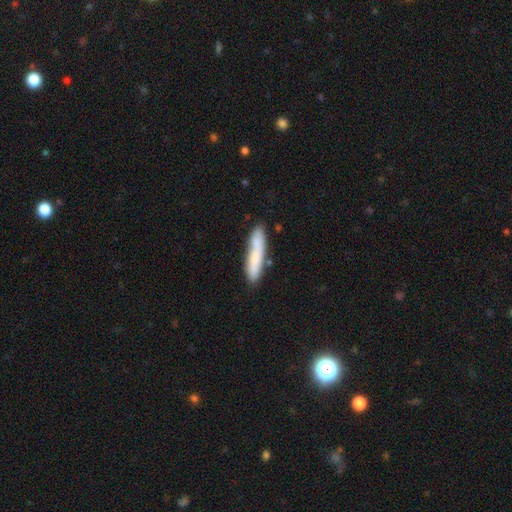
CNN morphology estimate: Overall: smooth (72%). How rounded: cigar-shaped (87%). Merging: none (77%).